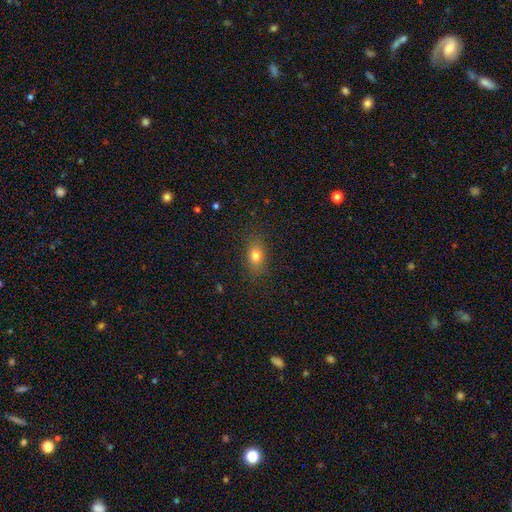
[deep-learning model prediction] The model was most divided on "how rounded": in between: 72%, round: 25%, cigar-shaped: 3%. More confident: merging — none (84%); smooth or featured — smooth (78%).